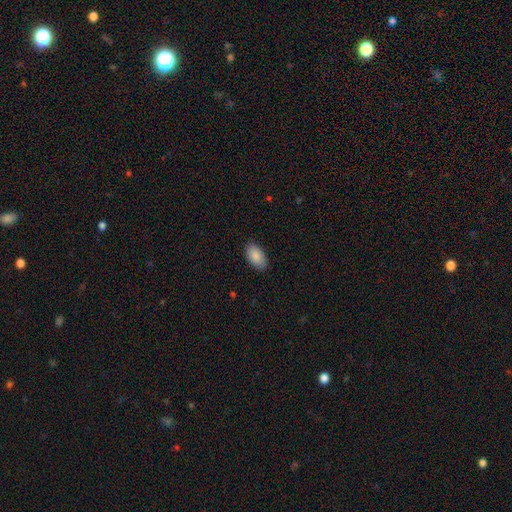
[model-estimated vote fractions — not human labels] A smooth galaxy with no disk features (88%) that is in between round and cigar-shaped (95%).

Vote fractions:
- Smooth or featured? smooth: 88% / star or artifact: 6% / featured or disk: 6%
- How rounded? in between: 95% / round: 3% / cigar-shaped: 2%
- Merging? none: 87% / minor disturbance: 10% / major disturbance: 2% / merger: 1%